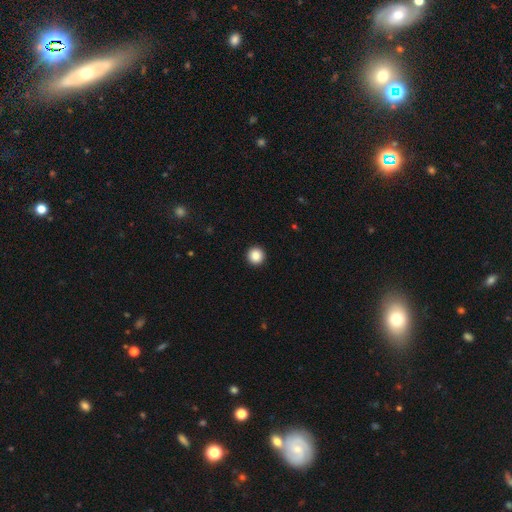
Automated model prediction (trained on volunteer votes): smooth_or_featured: smooth (p=0.88) [alt: star or artifact p=0.09]
how_rounded: round (p=0.96) [alt: in between p=0.03]
merging: none (p=0.94) [alt: minor disturbance p=0.04]